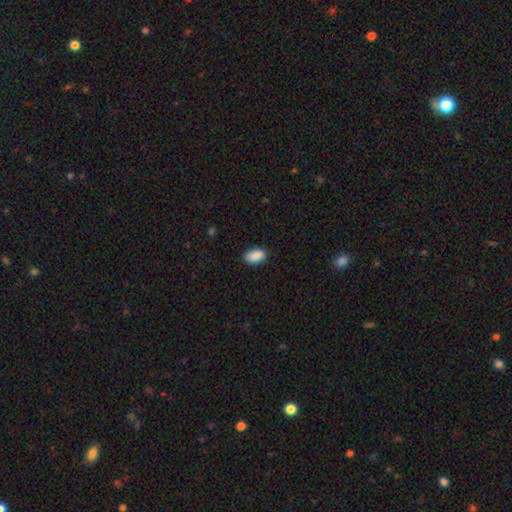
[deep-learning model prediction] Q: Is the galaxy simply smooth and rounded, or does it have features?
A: smooth — 90%.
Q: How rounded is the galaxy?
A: in between — 92%.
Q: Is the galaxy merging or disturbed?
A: none — 83%.